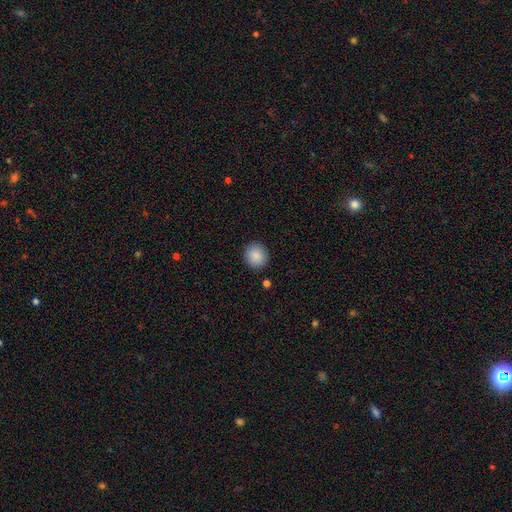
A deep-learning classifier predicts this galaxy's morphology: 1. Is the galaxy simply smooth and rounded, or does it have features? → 87% smooth, 8% star or artifact, 5% featured or disk.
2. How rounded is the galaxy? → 87% round, 12% in between, 1% cigar-shaped.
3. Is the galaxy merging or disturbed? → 91% none, 6% minor disturbance, 2% major disturbance, 1% merger.